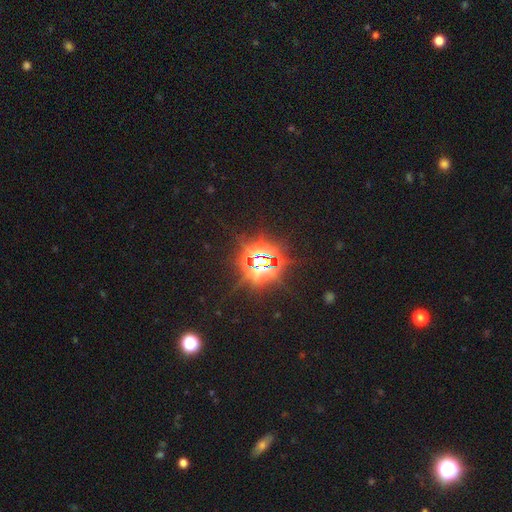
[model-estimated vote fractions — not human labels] Morphology: type=star or artifact (84%).